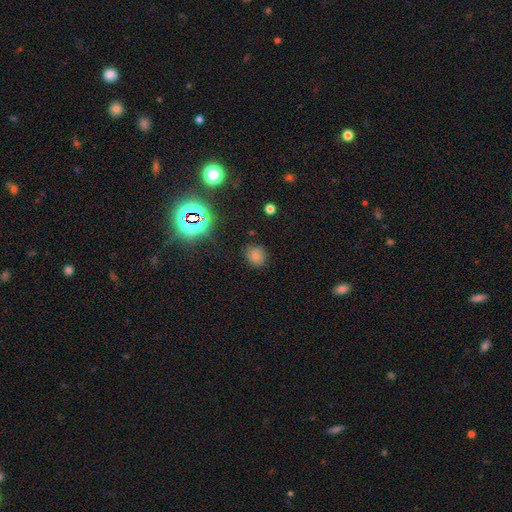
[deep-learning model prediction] smooth-or-featured: smooth: 71% | star or artifact: 21% | featured or disk: 8%
  how-rounded: round: 67% | in between: 32% | cigar-shaped: 1%
  merging: none: 83% | minor disturbance: 12% | major disturbance: 3% | merger: 2%